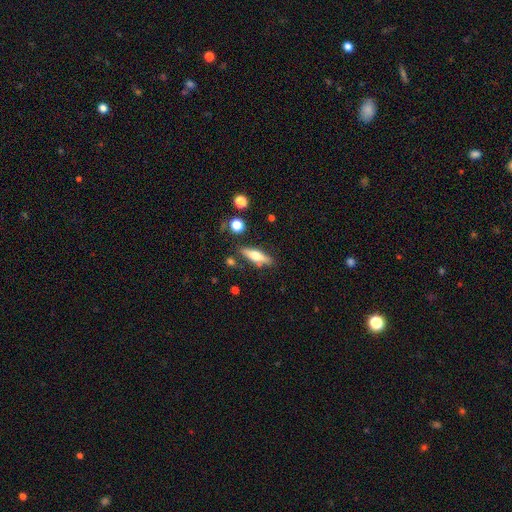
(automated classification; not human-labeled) smooth-or-featured: smooth: 47% | featured or disk: 46% | star or artifact: 7%
  merging: none: 79% | minor disturbance: 13% | merger: 5% | major disturbance: 3%